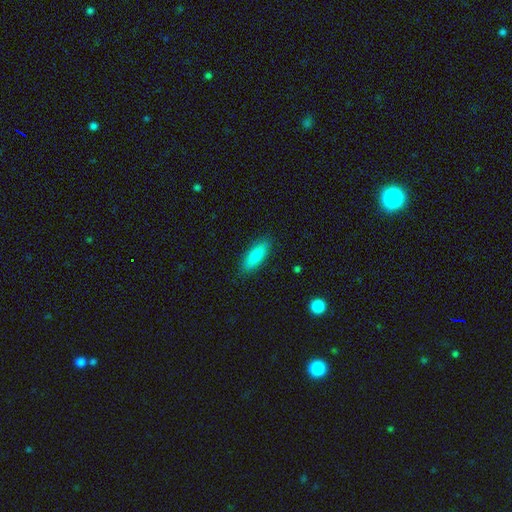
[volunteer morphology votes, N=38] type=smooth (97%); roundness=in between (76%); merging=none (100%).